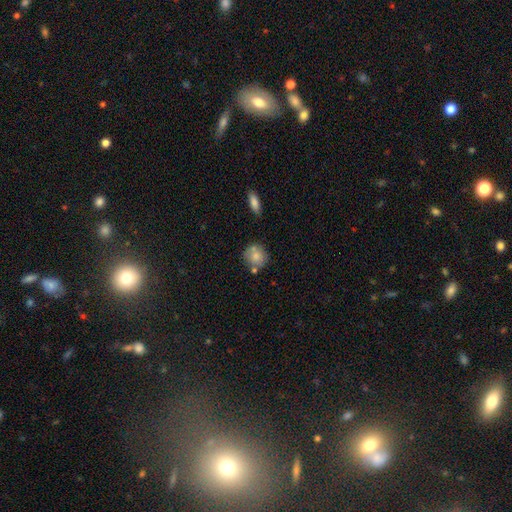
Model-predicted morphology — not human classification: This appears to be a smooth galaxy with no disk features (72%) that is round (81%). Merging: none (62%).